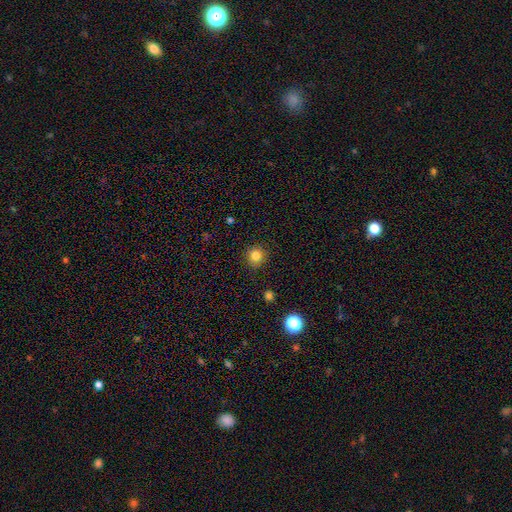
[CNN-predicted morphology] Smooth or featured? Predicted: smooth (p=0.83). How rounded? Predicted: round (p=0.92). Merging? Predicted: none (p=0.89).